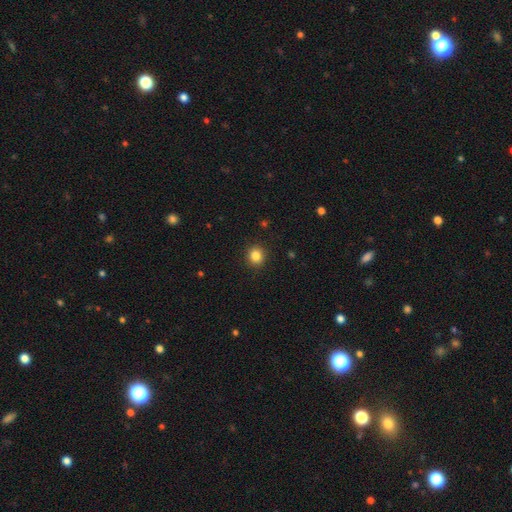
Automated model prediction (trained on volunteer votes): A smooth galaxy with no disk features (84%) that is round (87%). Merging: none (92%).